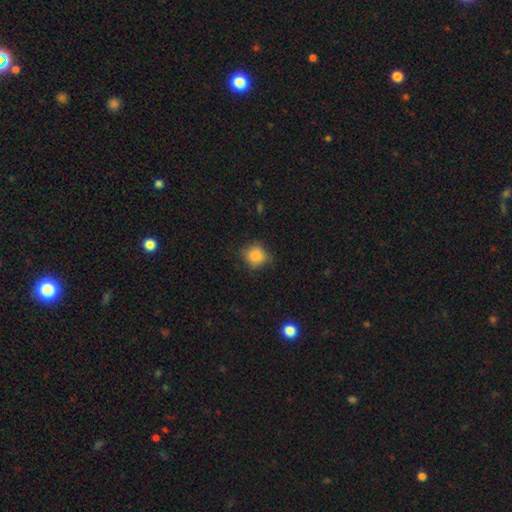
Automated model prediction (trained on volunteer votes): smooth 85%, star or artifact 9%, featured or disk 5%. Down the decision tree: how rounded — round (80%); merging — none (75%).